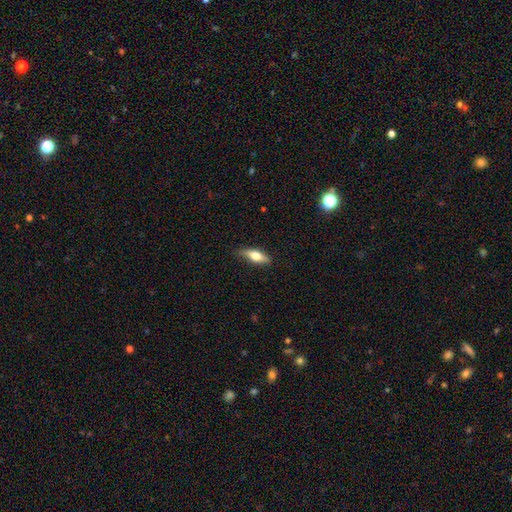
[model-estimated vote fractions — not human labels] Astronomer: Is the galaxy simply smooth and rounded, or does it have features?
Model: smooth — 62%.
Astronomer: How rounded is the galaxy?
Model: in between — 57% (runner-up: cigar-shaped, 40%).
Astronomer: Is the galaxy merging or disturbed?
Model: none — 79%.